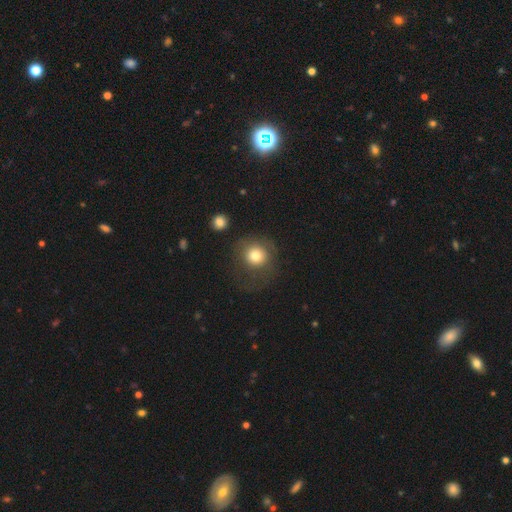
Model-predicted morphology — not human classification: This is likely a smooth galaxy (77%). How rounded: clearly round (87%). Merging: likely none (61%).